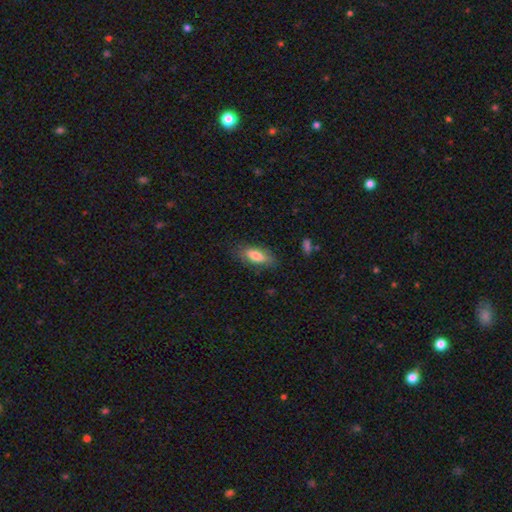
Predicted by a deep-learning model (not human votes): Overall: smooth (77%). How rounded: in between (76%). Merging: none (78%).